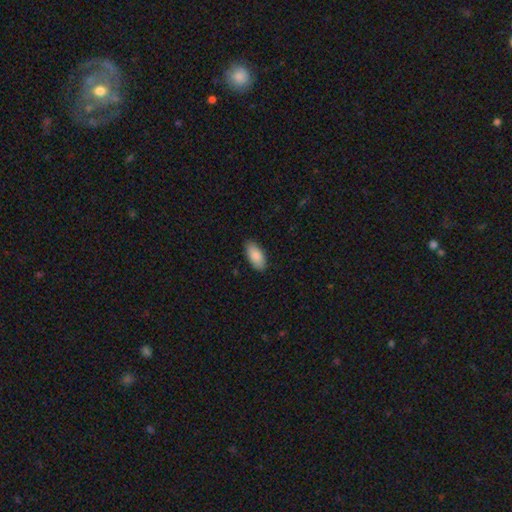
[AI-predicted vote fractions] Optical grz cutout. It shows a smooth galaxy with no disk features (88%) that is in between round and cigar-shaped (91%). Merging: none (88%).